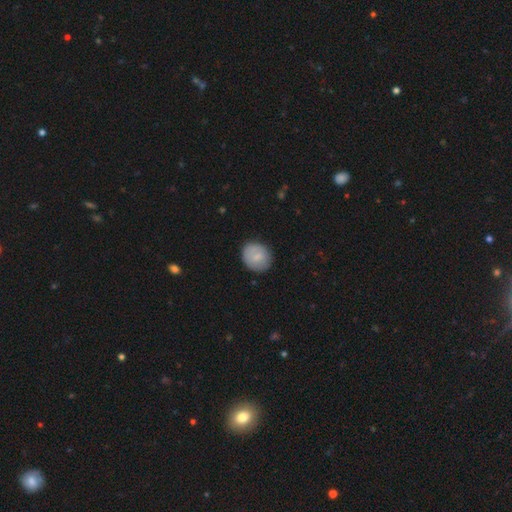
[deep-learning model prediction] The model was most divided on "how rounded": round: 77%, in between: 22%, cigar-shaped: 1%. More confident: merging — none (82%); smooth or featured — smooth (78%).